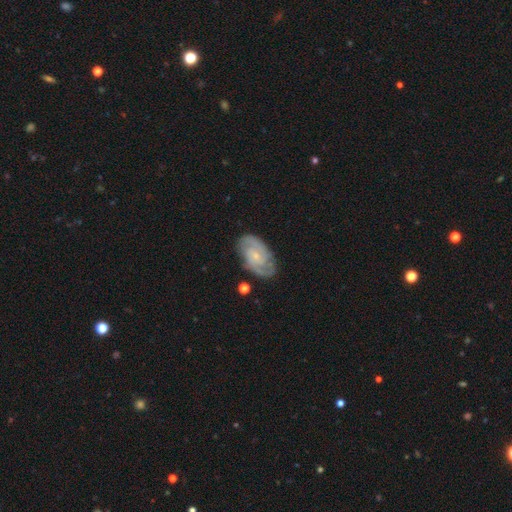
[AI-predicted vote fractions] smooth-or-featured: featured or disk: 81% | smooth: 14% | star or artifact: 5%
  disk-edge-on: no: 97% | yes: 3%
    bar: no: 58% | weak: 36% | strong: 6%
    has-spiral-arms: yes: 95% | no: 5%
      spiral-winding: tight: 47% | medium: 42% | loose: 11%
      spiral-arm-count: 2: 71% | can't tell: 13% | 3: 9% | 4: 3% | 1: 2% | more than 4: 2%
    bulge-size: small: 75% | moderate: 17% | none: 6% | large: 1% | dominant: 1%
  merging: none: 78% | minor disturbance: 16% | major disturbance: 4% | merger: 2%